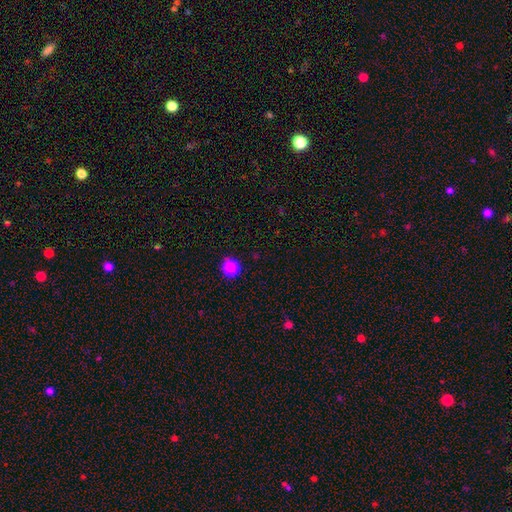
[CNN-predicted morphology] Smooth or featured?
  - smooth: 65% *
  - star or artifact: 30%
  - featured or disk: 4%
How rounded?
  - round: 90% *
  - in between: 9%
  - cigar-shaped: 1%
Merging?
  - none: 85% *
  - minor disturbance: 8%
  - merger: 4%
  - major disturbance: 3%